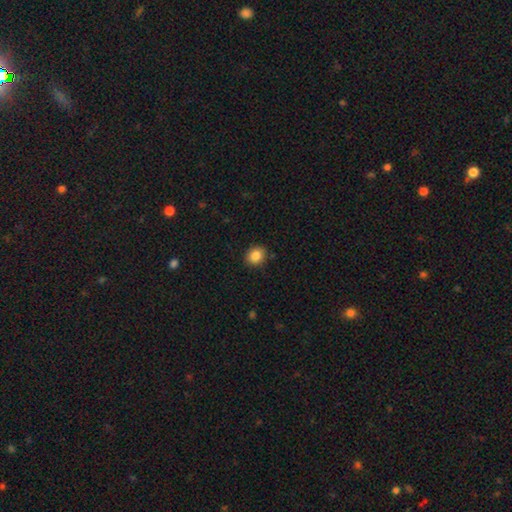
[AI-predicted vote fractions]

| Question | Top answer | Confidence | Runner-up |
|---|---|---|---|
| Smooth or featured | smooth | 85% | star or artifact (10%) |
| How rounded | round | 70% | in between (29%) |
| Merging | none | 90% | minor disturbance (7%) |